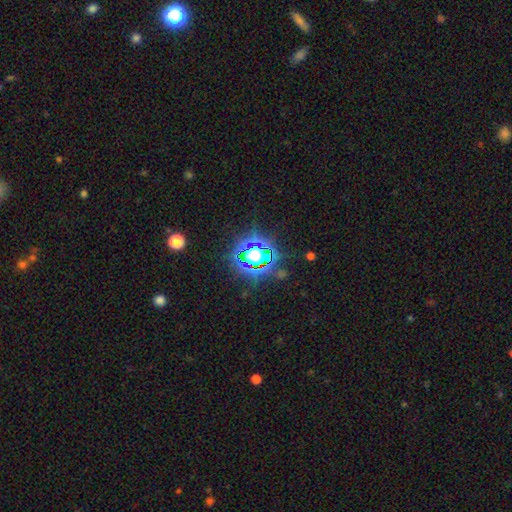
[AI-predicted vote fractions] smooth-or-featured: star or artifact: 71% | smooth: 18% | featured or disk: 11%